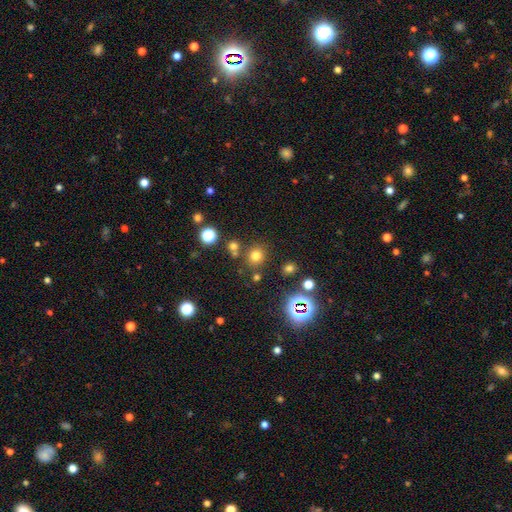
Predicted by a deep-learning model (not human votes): This appears to be a smooth galaxy with no disk features (71%) that is round (85%). Merging: none (77%).